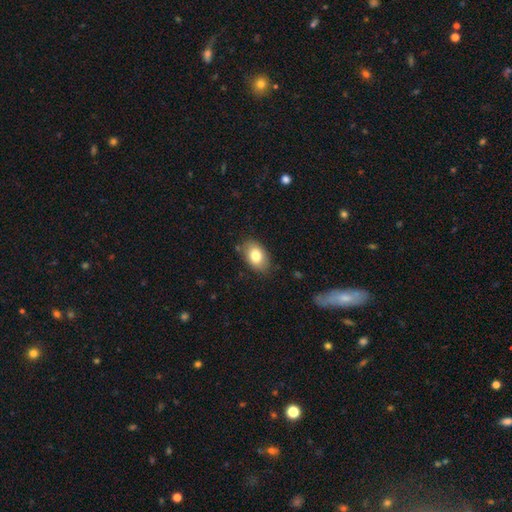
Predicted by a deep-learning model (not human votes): This appears to be a smooth galaxy with no disk features (80%) that is in between round and cigar-shaped (86%). Merging: none (81%).